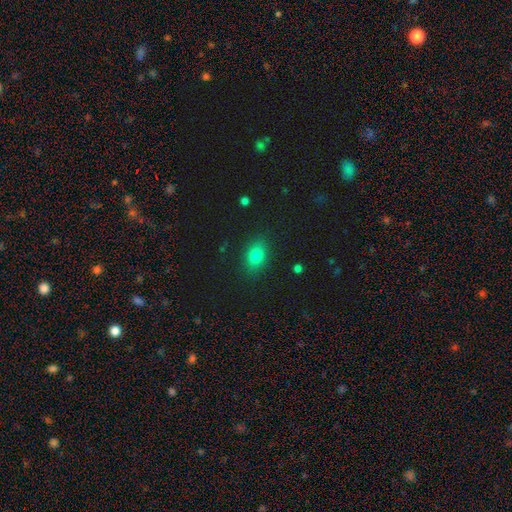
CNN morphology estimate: This appears to be a smooth galaxy with no disk features (81%) that is in between round and cigar-shaped (77%). Merging: none (84%).